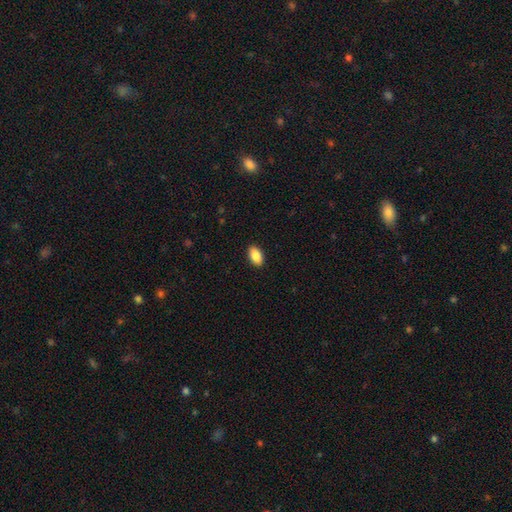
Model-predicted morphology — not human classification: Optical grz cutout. It shows a smooth galaxy with no disk features (88%) that is in between round and cigar-shaped (93%). Merging: none (90%).